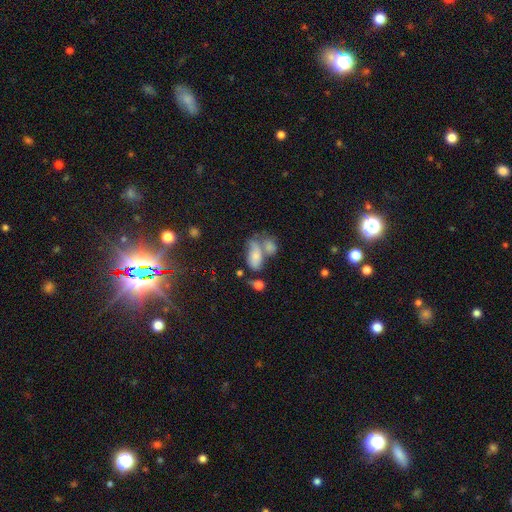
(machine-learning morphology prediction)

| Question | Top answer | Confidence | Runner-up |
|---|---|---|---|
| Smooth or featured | smooth | 61% | featured or disk (26%) |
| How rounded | in between | 87% | round (8%) |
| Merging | merger | 44% | none (27%) |